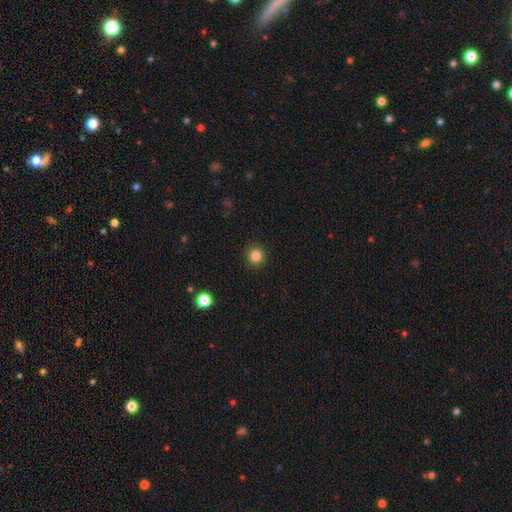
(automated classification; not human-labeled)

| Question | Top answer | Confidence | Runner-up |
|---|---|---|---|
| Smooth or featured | smooth | 84% | star or artifact (12%) |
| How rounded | round | 93% | in between (6%) |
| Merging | none | 91% | minor disturbance (6%) |